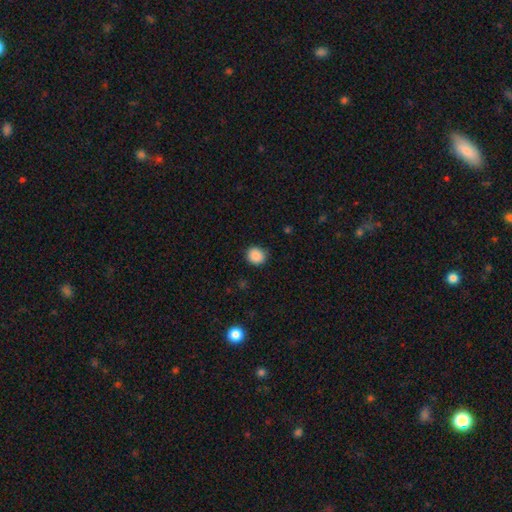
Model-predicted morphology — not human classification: This is clearly a smooth galaxy (88%). How rounded: clearly round (84%). Merging: clearly none (89%).